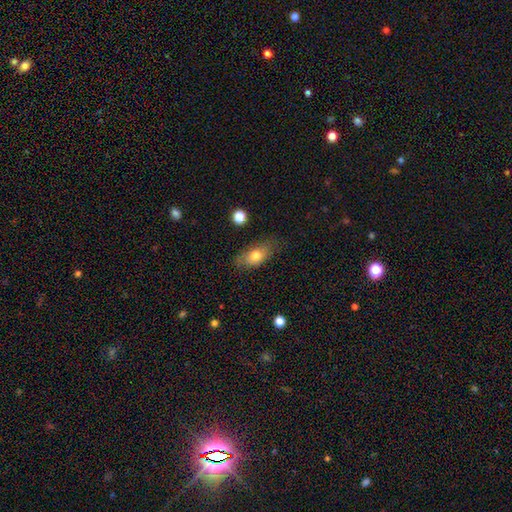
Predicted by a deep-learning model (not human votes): This appears to be a smooth galaxy with no disk features (75%) that is in between round and cigar-shaped (84%). Merging: none (68%).